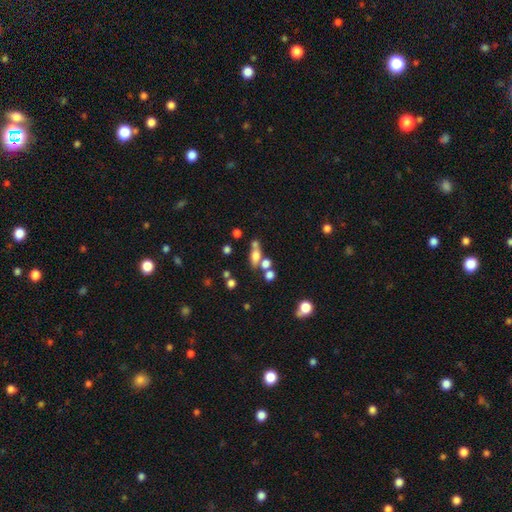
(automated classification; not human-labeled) Overall: smooth (59%; featured or disk 25%). How rounded: in between (60%; cigar-shaped 23%). Merging: none (47%; merger 31%).